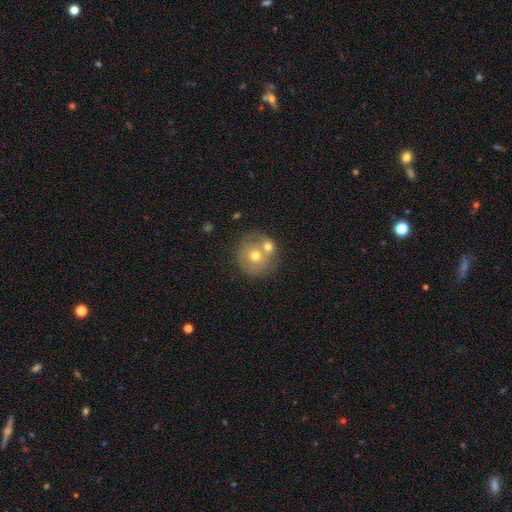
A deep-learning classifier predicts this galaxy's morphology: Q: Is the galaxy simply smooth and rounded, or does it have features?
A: smooth — 58%.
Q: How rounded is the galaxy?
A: round — 90%.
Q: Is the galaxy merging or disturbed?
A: none — 50%.